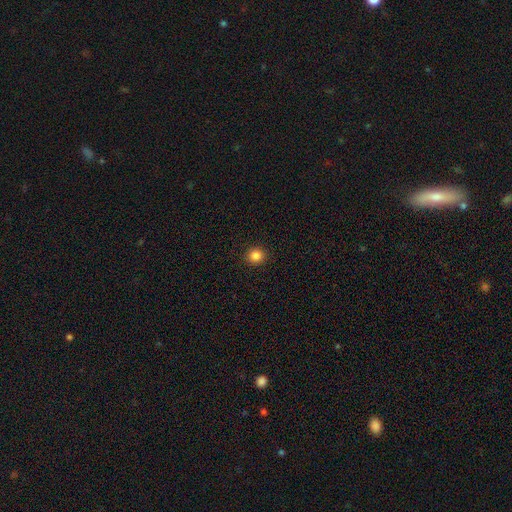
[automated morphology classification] Smooth or featured? smooth (85%)
How rounded? round (88%)
Merging? none (93%)